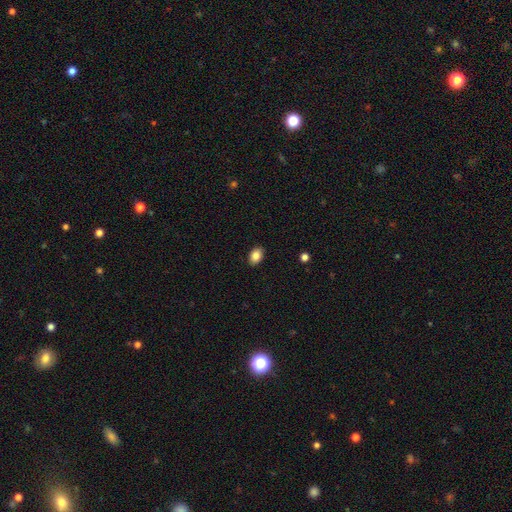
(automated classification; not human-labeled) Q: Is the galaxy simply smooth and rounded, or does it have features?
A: smooth — 85%.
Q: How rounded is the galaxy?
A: in between — 84%.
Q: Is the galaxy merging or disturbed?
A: none — 90%.